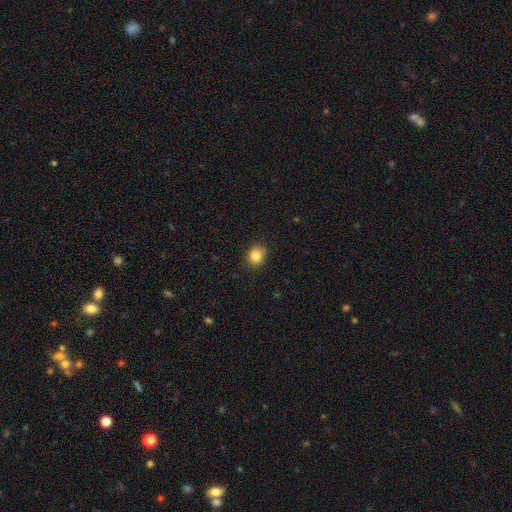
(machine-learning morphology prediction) Q: Smooth or featured?
A: smooth (85%); runner-up: star or artifact (10%)
Q: How rounded?
A: round (73%); runner-up: in between (27%)
Q: Merging?
A: none (86%); runner-up: minor disturbance (11%)